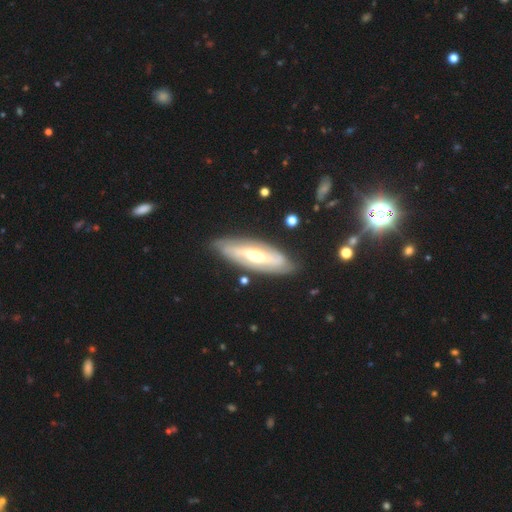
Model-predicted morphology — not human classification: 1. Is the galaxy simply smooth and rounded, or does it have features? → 76% featured or disk, 19% smooth, 5% star or artifact.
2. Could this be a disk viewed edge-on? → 76% no, 24% yes.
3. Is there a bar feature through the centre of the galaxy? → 36% weak, 35% no, 29% strong.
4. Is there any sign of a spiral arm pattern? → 77% yes, 23% no.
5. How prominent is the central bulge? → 68% moderate, 20% small, 10% large, 1% dominant, 1% none.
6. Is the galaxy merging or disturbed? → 81% none, 13% minor disturbance, 4% major disturbance, 2% merger.